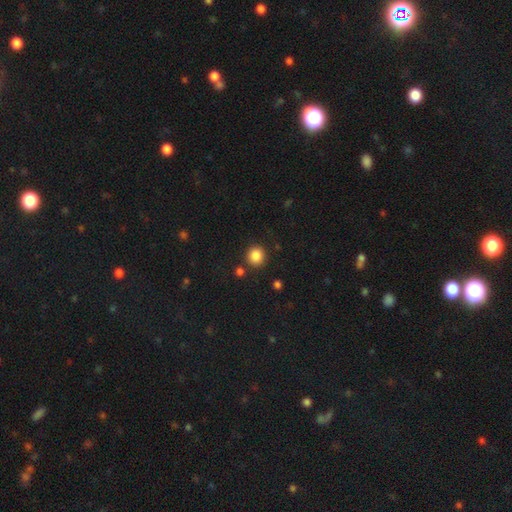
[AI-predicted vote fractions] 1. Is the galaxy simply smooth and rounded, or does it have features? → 86% smooth, 10% star or artifact, 4% featured or disk.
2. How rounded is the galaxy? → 90% round, 9% in between, 1% cigar-shaped.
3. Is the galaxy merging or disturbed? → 86% none, 7% minor disturbance, 4% merger, 3% major disturbance.